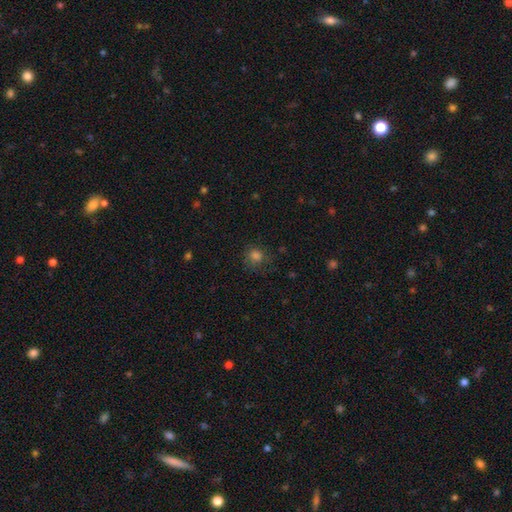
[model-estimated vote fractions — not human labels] smooth-or-featured: smooth: 78% | star or artifact: 16% | featured or disk: 7%
  how-rounded: round: 79% | in between: 20% | cigar-shaped: 1%
  merging: none: 71% | minor disturbance: 19% | major disturbance: 9% | merger: 2%